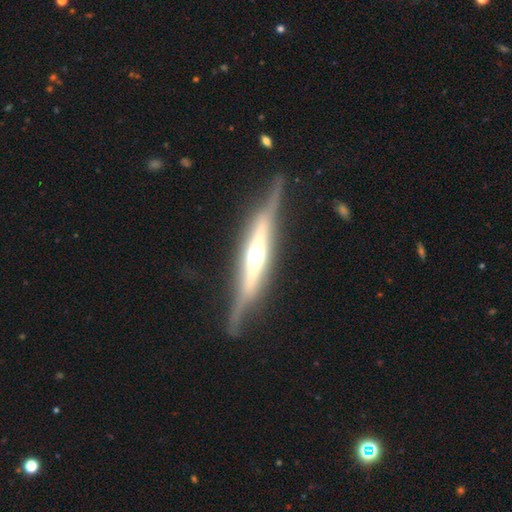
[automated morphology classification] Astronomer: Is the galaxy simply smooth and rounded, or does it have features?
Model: featured or disk — 84%.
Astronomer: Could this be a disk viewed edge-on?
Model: yes — 93%.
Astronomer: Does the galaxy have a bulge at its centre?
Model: rounded — 85%.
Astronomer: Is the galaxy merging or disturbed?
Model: none — 74%.